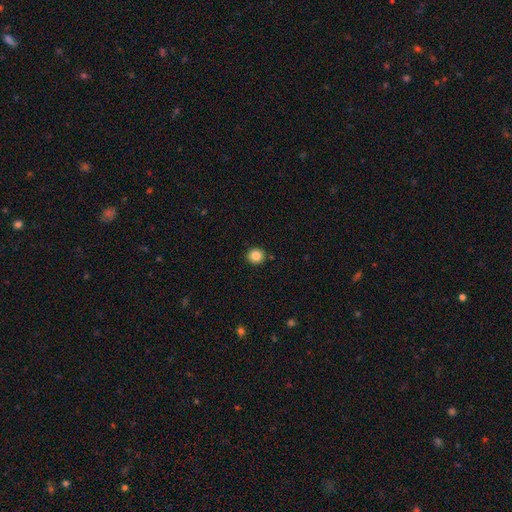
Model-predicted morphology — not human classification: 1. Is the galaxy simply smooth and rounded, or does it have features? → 85% smooth, 10% star or artifact, 5% featured or disk.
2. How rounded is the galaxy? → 89% round, 10% in between, 1% cigar-shaped.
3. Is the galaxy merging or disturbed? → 91% none, 6% minor disturbance, 2% major disturbance, 2% merger.